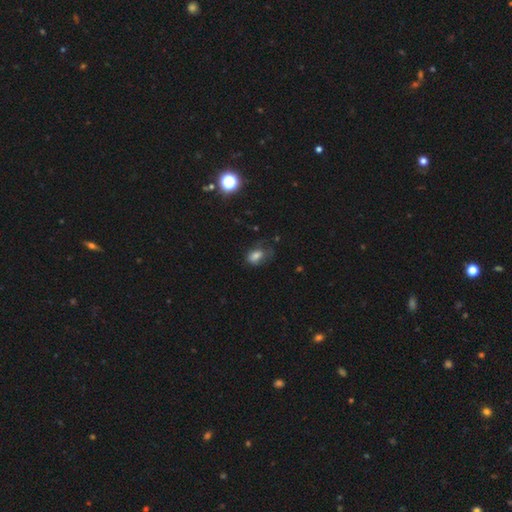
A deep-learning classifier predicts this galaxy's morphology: Smooth or featured: smooth — 73% (featured or disk — 14%)
How rounded: in between — 80% (round — 18%)
Merging: none — 46% (minor disturbance — 30%)